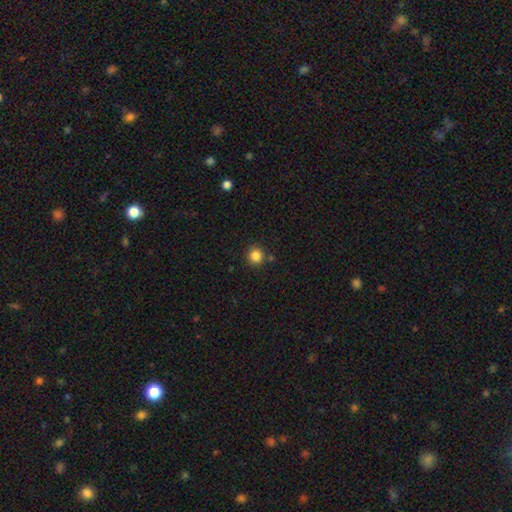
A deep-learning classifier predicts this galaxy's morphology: Smooth or featured? smooth (84%)
How rounded? round (93%)
Merging? none (85%)